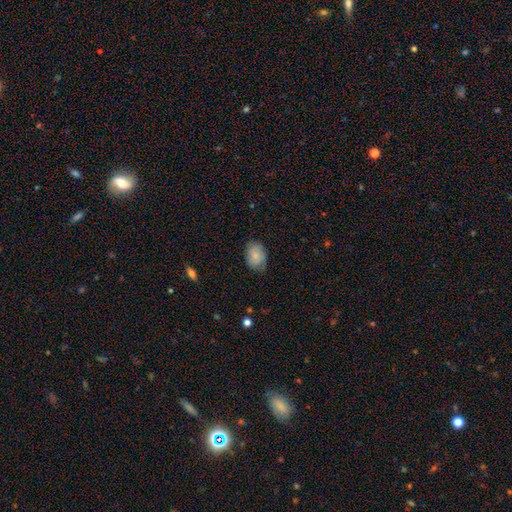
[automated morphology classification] smooth 77%, featured or disk 16%, star or artifact 7%. Down the decision tree: how rounded — in between (79%); merging — none (70%).